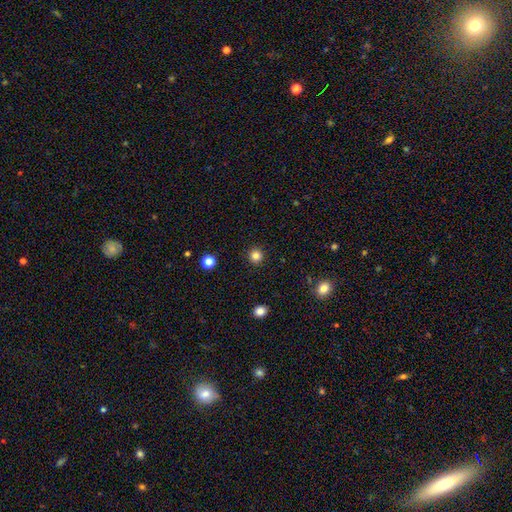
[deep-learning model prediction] Smooth or featured? Predicted: smooth (p=0.83). How rounded? Predicted: round (p=0.95). Merging? Predicted: none (p=0.93).